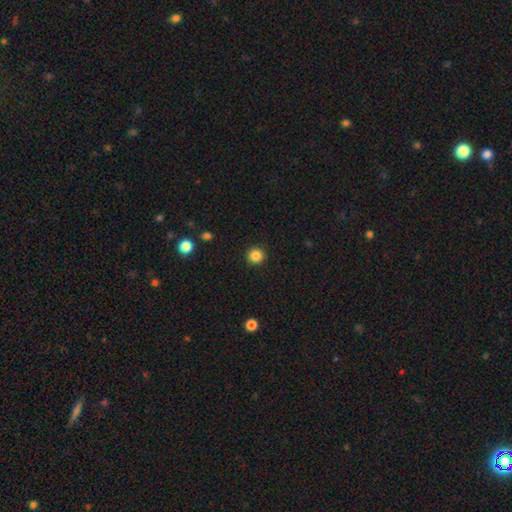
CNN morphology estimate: The model was most divided on "smooth or featured": smooth: 85%, star or artifact: 11%, featured or disk: 4%. More confident: how rounded — round (95%); merging — none (92%).